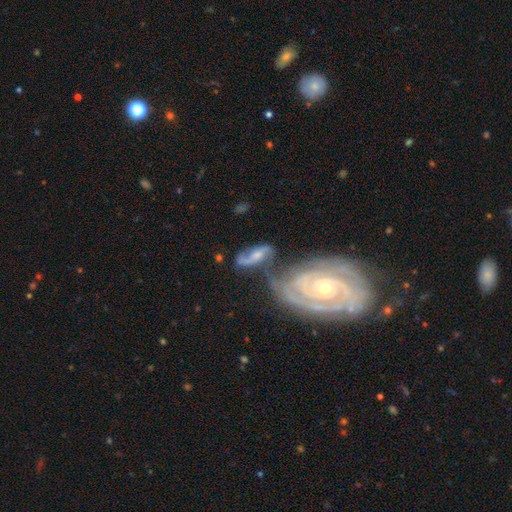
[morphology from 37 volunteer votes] smooth-or-featured: featured or disk: 84% | smooth: 14% | star or artifact: 3%
  disk-edge-on: no: 90% | yes: 10%
    bar: no: 50% | weak: 36% | strong: 14%
    has-spiral-arms: yes: 96% | no: 4%
      spiral-winding: tight: 41% | medium: 37% | loose: 22%
      spiral-arm-count: 2: 70% | 4: 11% | 3: 7% | can't tell: 7% | 1: 4% | more than 4: 0%
    bulge-size: moderate: 54% | small: 29% | large: 11% | none: 7% | dominant: 0%
  merging: merger: 42% | none: 36% | minor disturbance: 11% | major disturbance: 11%